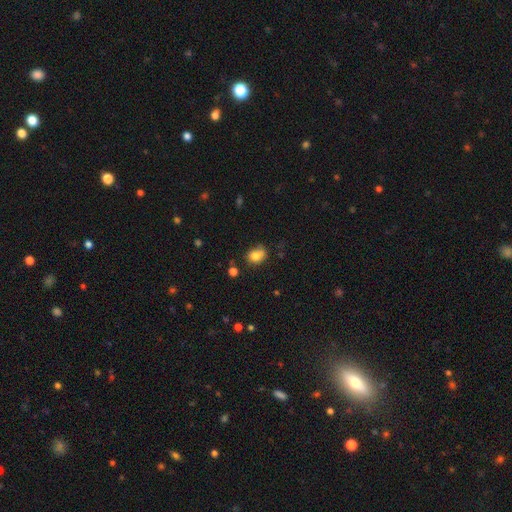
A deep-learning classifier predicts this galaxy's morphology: A smooth galaxy with no disk features (79%) that is in between round and cigar-shaped (54%). Merging: none (53%).